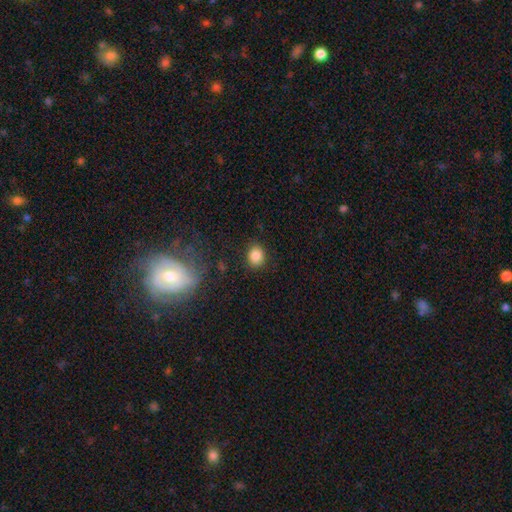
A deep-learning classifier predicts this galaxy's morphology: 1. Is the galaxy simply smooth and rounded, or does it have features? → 85% smooth, 11% star or artifact, 5% featured or disk.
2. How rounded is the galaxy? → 65% round, 34% in between, 1% cigar-shaped.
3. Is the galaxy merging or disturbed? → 85% none, 9% minor disturbance, 3% major disturbance, 2% merger.